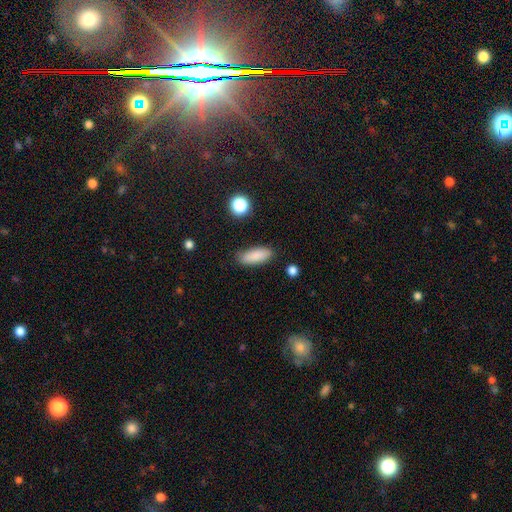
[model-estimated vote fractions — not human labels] Q: Smooth or featured?
A: smooth (87%); runner-up: star or artifact (7%)
Q: How rounded?
A: in between (67%); runner-up: cigar-shaped (30%)
Q: Merging?
A: none (84%); runner-up: minor disturbance (11%)